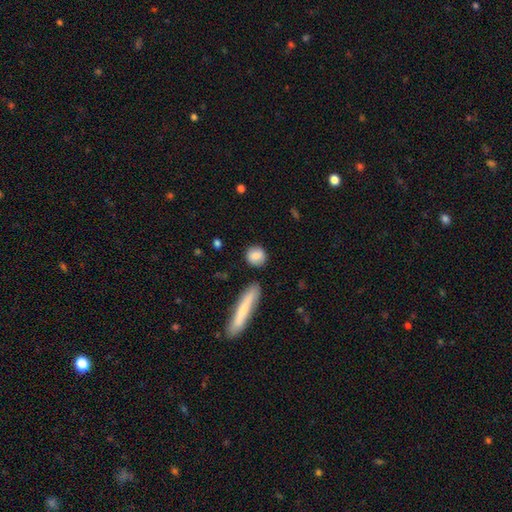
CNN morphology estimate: Smooth or featured: smooth — 82% (featured or disk — 11%)
How rounded: round — 67% (in between — 27%)
Merging: none — 84% (minor disturbance — 10%)